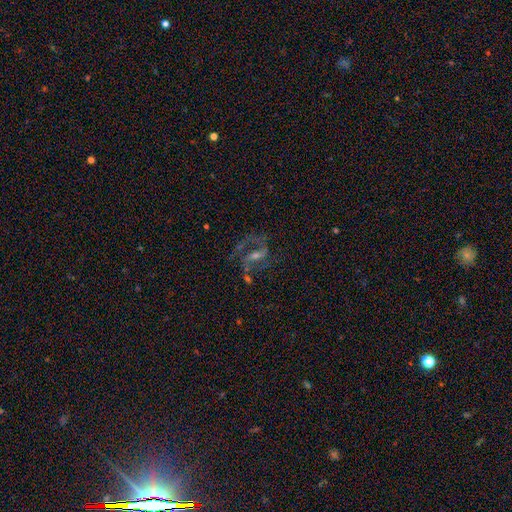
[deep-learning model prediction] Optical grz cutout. It shows a featured or disk galaxy (83%) with a weak bar (44%), 2 (86%) medium (51%) spiral arms (95%) and a small central bulge (53%). Merging: none (62%).